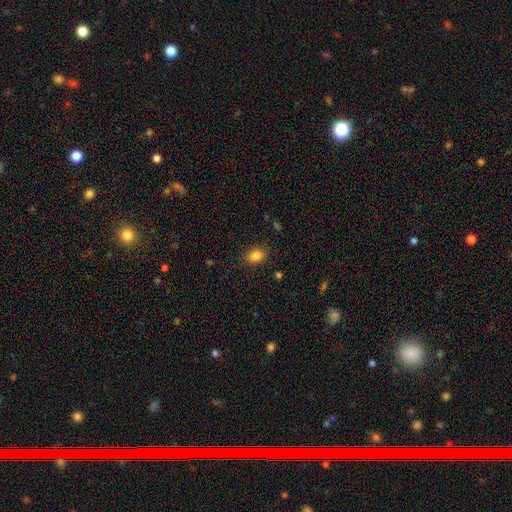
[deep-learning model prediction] Smooth or featured: smooth — 84% (star or artifact — 10%)
How rounded: in between — 70% (round — 29%)
Merging: none — 88% (minor disturbance — 9%)